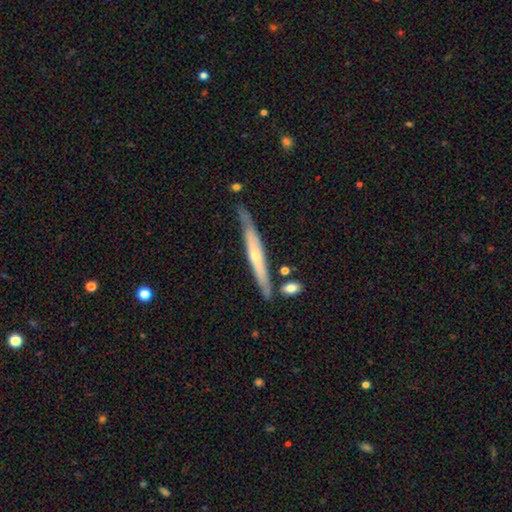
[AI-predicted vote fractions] This appears to be a featured or disk galaxy (63%) viewed edge-on (90%) with a rounded central bulge (58%). Merging: none (71%).